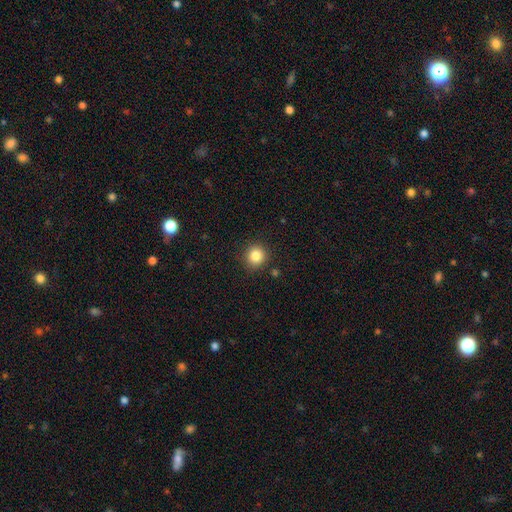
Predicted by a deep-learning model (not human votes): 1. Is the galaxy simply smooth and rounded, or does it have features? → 84% smooth, 11% star or artifact, 5% featured or disk.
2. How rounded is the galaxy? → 92% round, 7% in between, 1% cigar-shaped.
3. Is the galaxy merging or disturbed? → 89% none, 7% minor disturbance, 2% major disturbance, 2% merger.